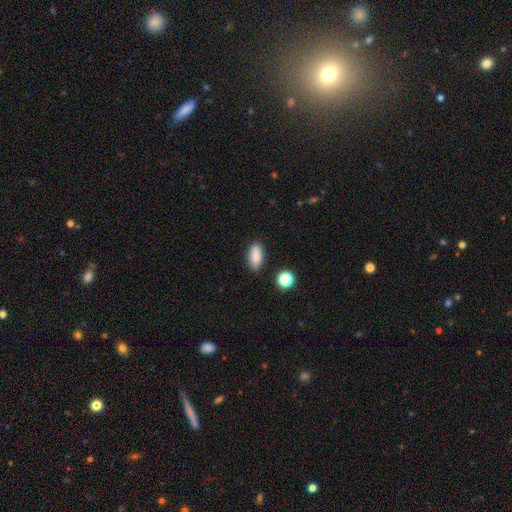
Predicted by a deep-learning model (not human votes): Smooth or featured?
  - smooth: 87% *
  - star or artifact: 9%
  - featured or disk: 4%
How rounded?
  - in between: 85% *
  - cigar-shaped: 11%
  - round: 5%
Merging?
  - none: 84% *
  - minor disturbance: 11%
  - merger: 3%
  - major disturbance: 3%